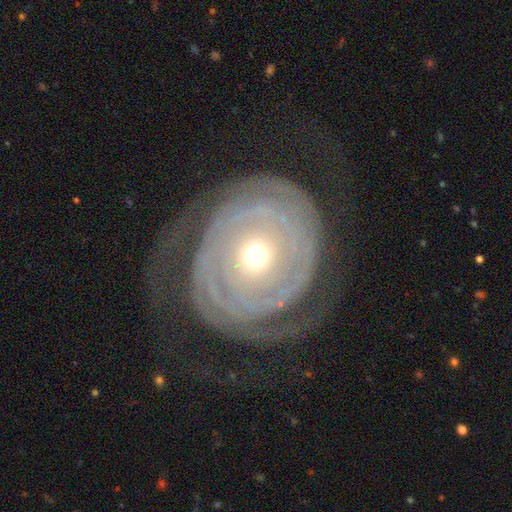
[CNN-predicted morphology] Smooth or featured? Predicted: featured or disk (p=0.88). Edge-on disk? Predicted: no (p=0.97). Bar? Predicted: no (p=0.79). Spiral arms? Predicted: yes (p=0.93). Spiral winding? Predicted: tight (p=0.79). Spiral arm count? Predicted: 2 (p=0.43). Bulge size? Predicted: moderate (p=0.57). Merging? Predicted: none (p=0.67).